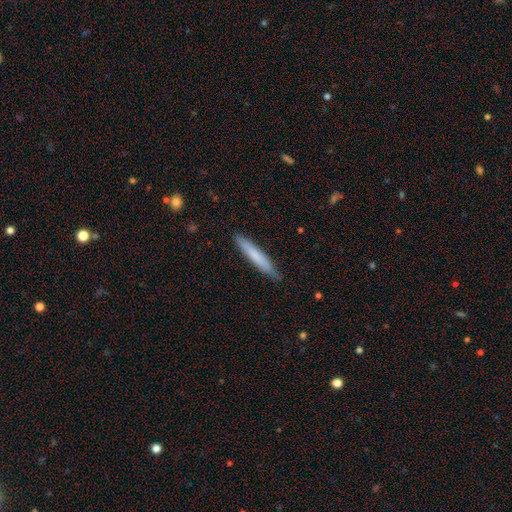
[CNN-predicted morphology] Overall: smooth (73%). How rounded: cigar-shaped (94%). Merging: none (84%).